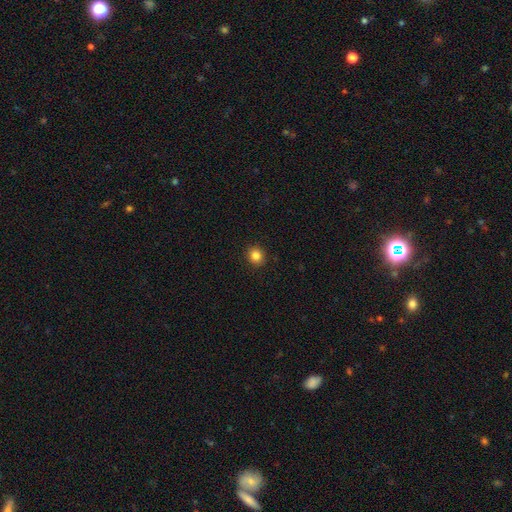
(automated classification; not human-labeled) smooth_or_featured: smooth (p=0.83) [alt: star or artifact p=0.11]
how_rounded: round (p=0.85) [alt: in between p=0.14]
merging: none (p=0.92) [alt: minor disturbance p=0.05]